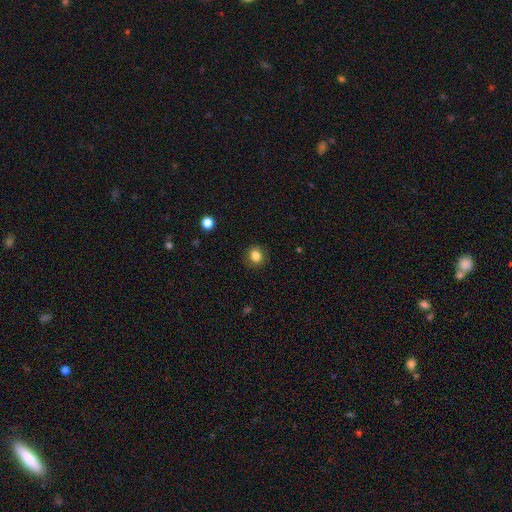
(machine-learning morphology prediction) smooth_or_featured: smooth (p=0.84) [alt: star or artifact p=0.11]
how_rounded: round (p=0.81) [alt: in between p=0.18]
merging: none (p=0.89) [alt: minor disturbance p=0.08]